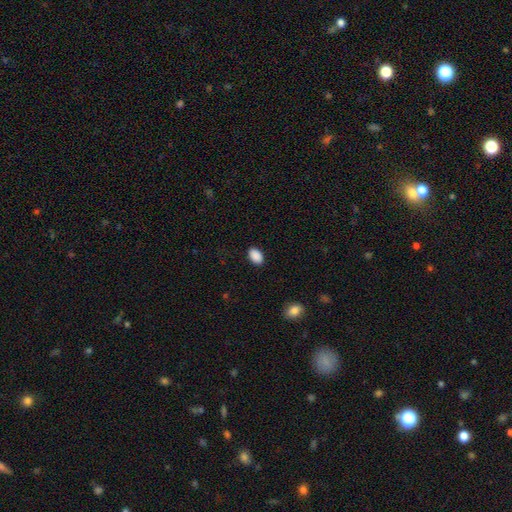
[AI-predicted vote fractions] Overall: smooth (90%). How rounded: in between (88%). Merging: none (88%).